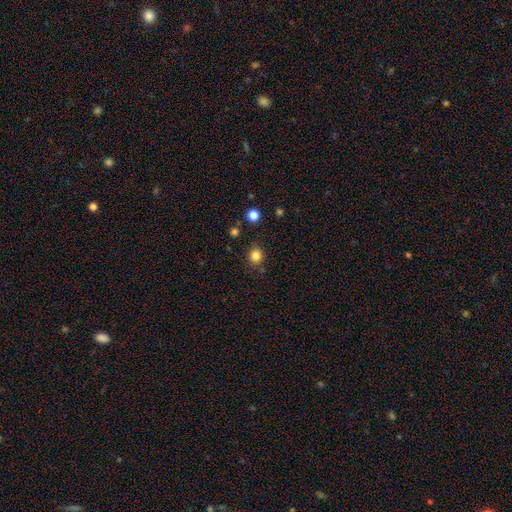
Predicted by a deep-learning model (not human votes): Q: Smooth or featured?
A: smooth (83%); runner-up: star or artifact (12%)
Q: How rounded?
A: round (80%); runner-up: in between (19%)
Q: Merging?
A: none (84%); runner-up: minor disturbance (10%)